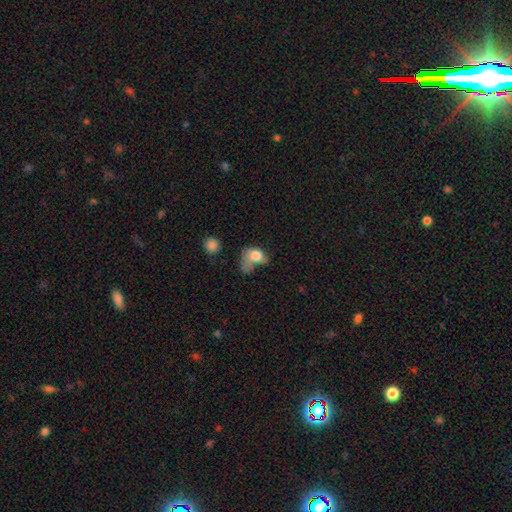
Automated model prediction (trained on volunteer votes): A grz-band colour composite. It shows a smooth galaxy with no disk features (72%) that is in between round and cigar-shaped (64%). Merging: major disturbance (47%).